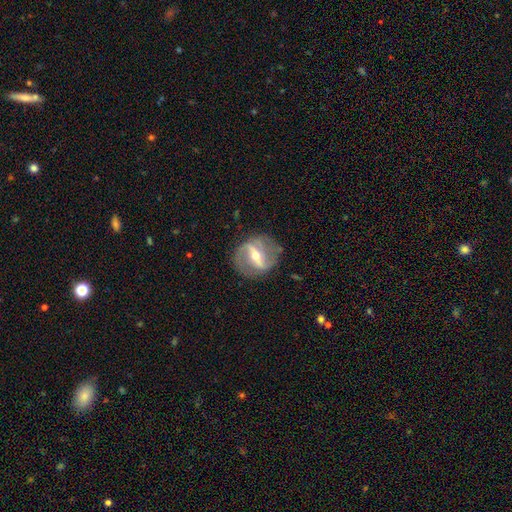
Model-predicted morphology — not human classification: type=featured or disk (85%); edge-on=no (93%); bar=strong (65%); spiral arms=yes (85%); winding=loose (45%); arm count=2 (87%); bulge=moderate (55%); merging=none (78%).